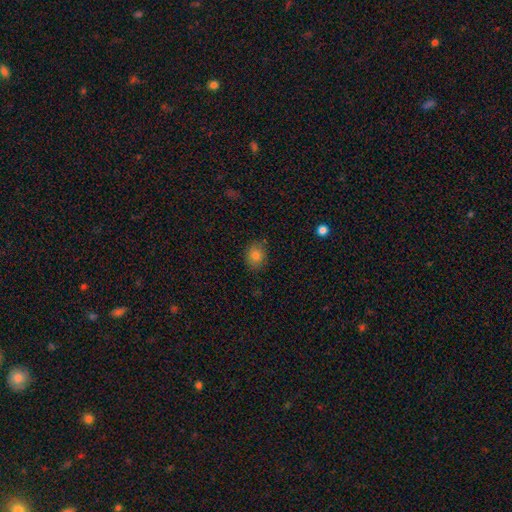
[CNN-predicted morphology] smooth-or-featured: smooth: 81% | star or artifact: 11% | featured or disk: 8%
  how-rounded: round: 54% | in between: 45% | cigar-shaped: 1%
  merging: none: 83% | minor disturbance: 13% | major disturbance: 3% | merger: 1%